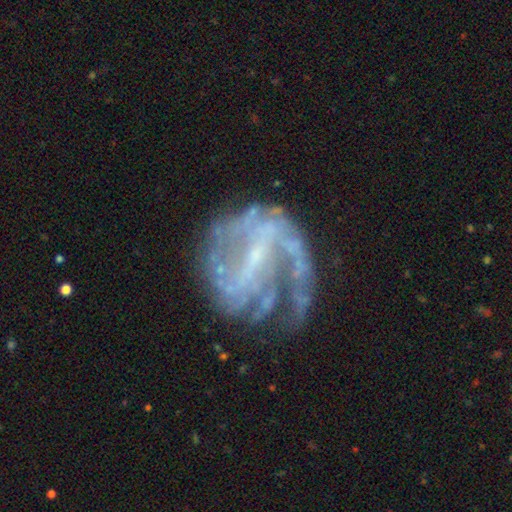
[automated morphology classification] This is clearly a featured or disk galaxy (82%). It is clearly not viewed edge-on (97%). Bar: marginally weak (42%). Spiral arm pattern: clearly yes (80%). Spiral arm count: marginally can't tell (35%). Spiral winding: marginally medium (39%). Central bulge: likely small (63%). Merging: possibly none (49%).